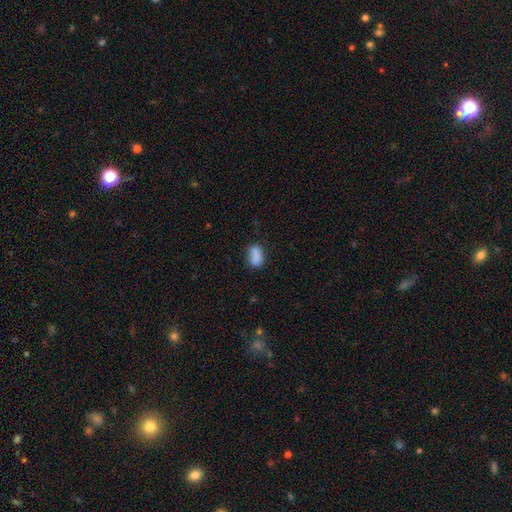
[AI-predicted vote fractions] This appears to be a smooth galaxy with no disk features (83%) that is in between round and cigar-shaped (80%). Merging: none (63%).